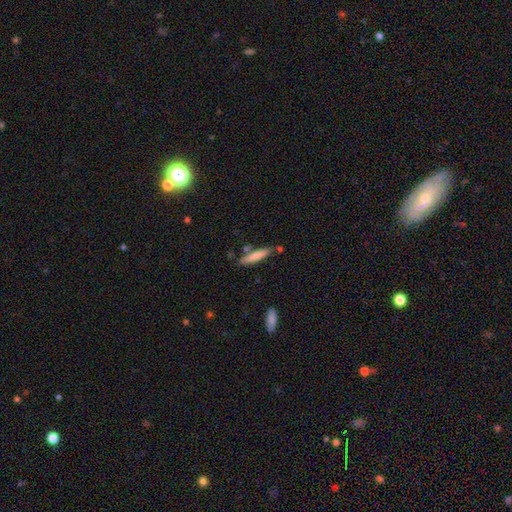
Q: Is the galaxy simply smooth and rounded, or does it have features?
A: smooth — 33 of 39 (85%).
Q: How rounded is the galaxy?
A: cigar-shaped — 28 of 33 (85%).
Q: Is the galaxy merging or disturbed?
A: none — 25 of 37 (68%).